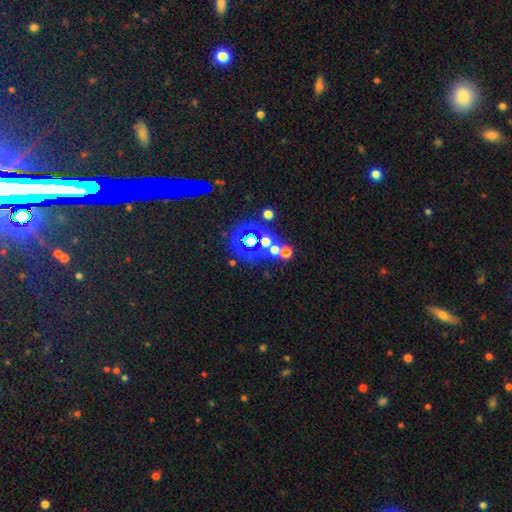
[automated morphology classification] A star or artifact, not a galaxy (66%).

Vote fractions:
- Smooth or featured? star or artifact: 66% / smooth: 18% / featured or disk: 15%